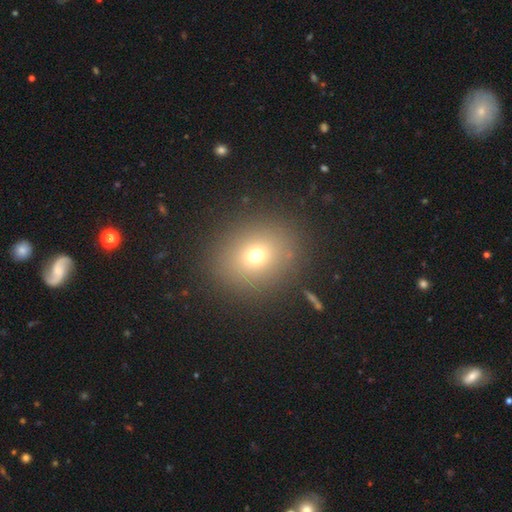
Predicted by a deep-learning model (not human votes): Overall: smooth (70%). How rounded: round (70%). Merging: none (87%).